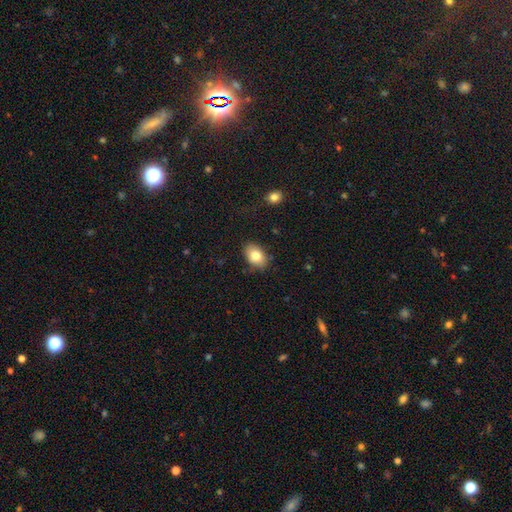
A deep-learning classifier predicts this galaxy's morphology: A smooth galaxy with no disk features (80%) that is in between round and cigar-shaped (82%).

Vote fractions:
- Smooth or featured? smooth: 80% / featured or disk: 11% / star or artifact: 8%
- How rounded? in between: 82% / round: 17% / cigar-shaped: 1%
- Merging? none: 84% / minor disturbance: 12% / major disturbance: 3% / merger: 1%